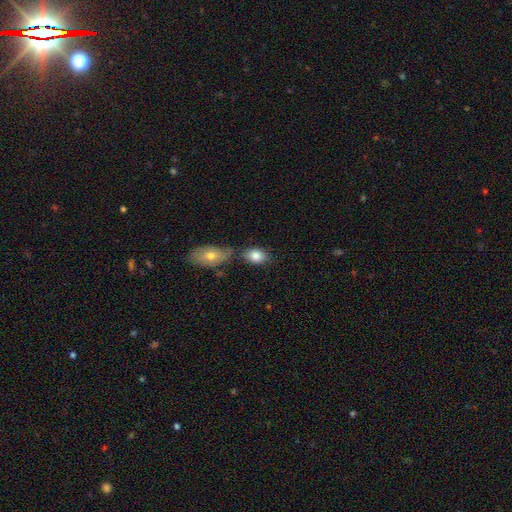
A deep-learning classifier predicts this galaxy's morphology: Smooth or featured? smooth (82%)
How rounded? in between (85%)
Merging? none (57%)